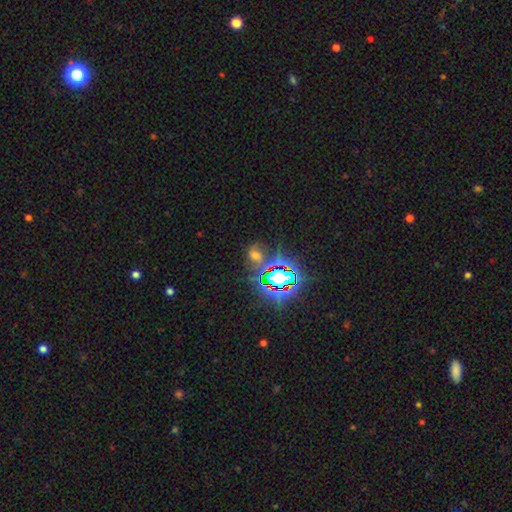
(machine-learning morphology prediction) The model was most divided on "smooth or featured": star or artifact: 55%, smooth: 29%, featured or disk: 15%.